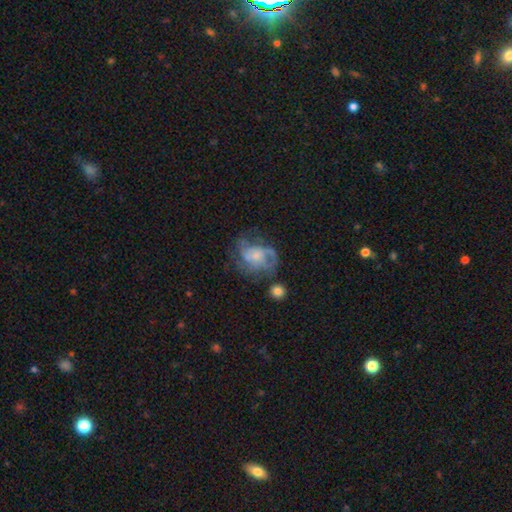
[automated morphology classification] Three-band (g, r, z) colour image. It shows a featured or disk galaxy (69%) with no bar (70%), medium (45%) spiral arms (80%) and a small central bulge (50%). Merging: none (42%).